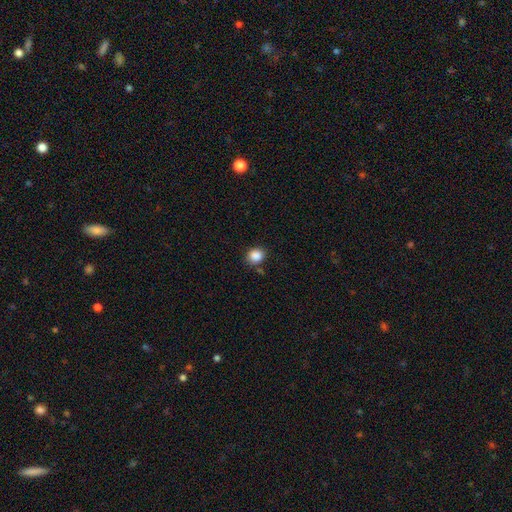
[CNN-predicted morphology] This is clearly a smooth galaxy (87%). How rounded: likely round (71%). Merging: clearly none (80%).